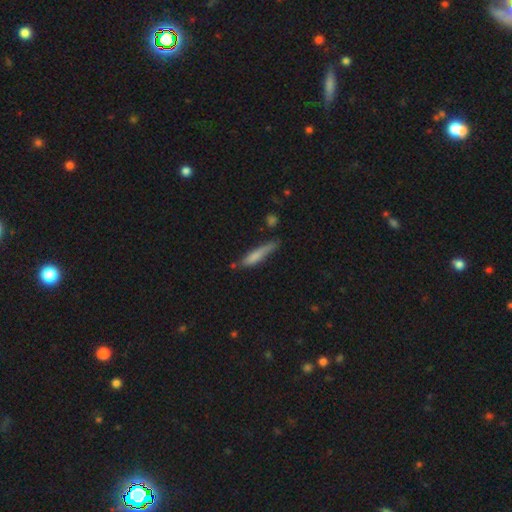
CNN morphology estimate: This appears to be a smooth galaxy with no disk features (73%) that is cigar-shaped (86%). Merging: none (57%).